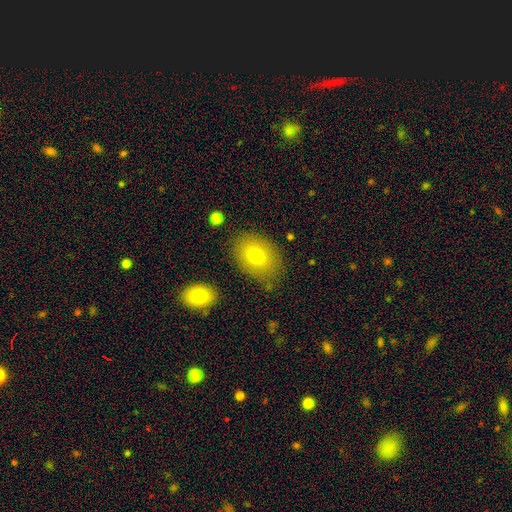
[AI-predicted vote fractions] Overall: smooth (73%). How rounded: in between (76%). Merging: none (76%).